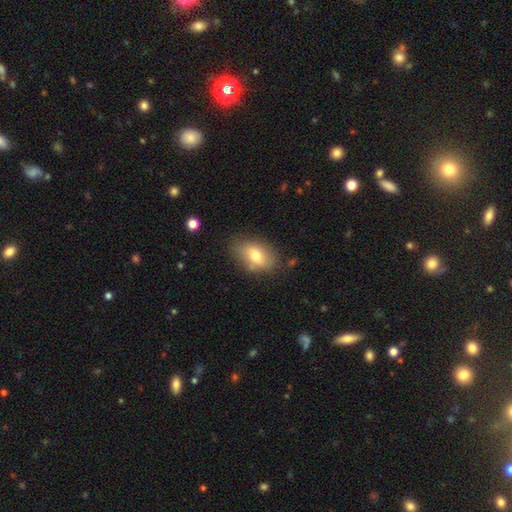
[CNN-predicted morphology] The model was most divided on "smooth or featured": smooth: 73%, featured or disk: 18%, star or artifact: 9%. More confident: how rounded — in between (84%); merging — none (75%).